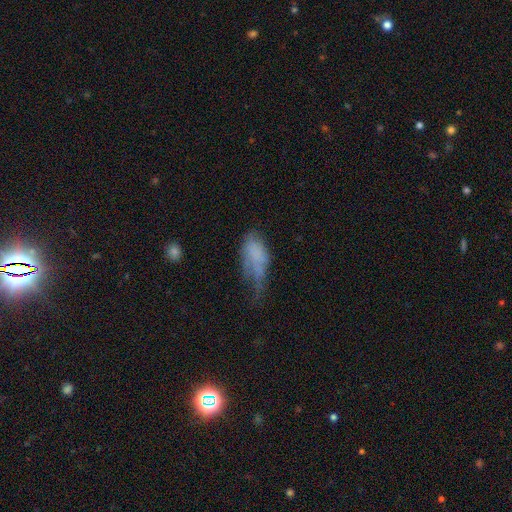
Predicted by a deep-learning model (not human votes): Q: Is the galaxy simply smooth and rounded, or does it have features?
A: smooth — 62%.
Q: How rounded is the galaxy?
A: in between — 84%.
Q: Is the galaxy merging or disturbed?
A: major disturbance — 43%.